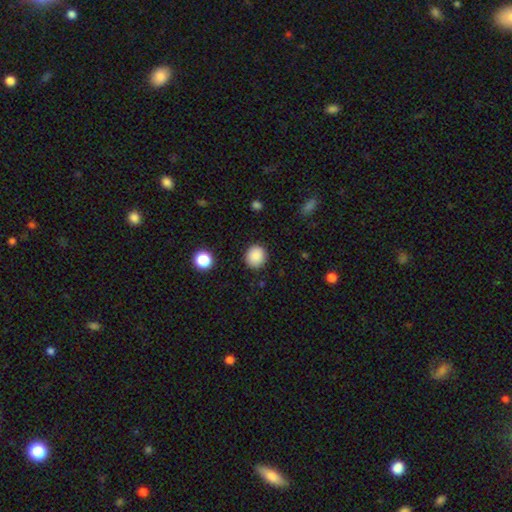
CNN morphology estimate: type=smooth (88%); roundness=round (88%); merging=none (90%).